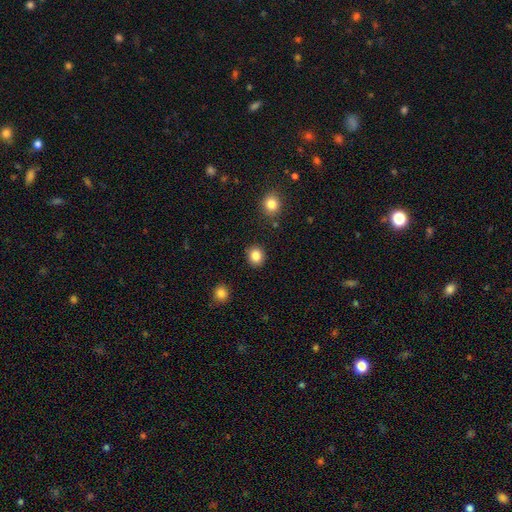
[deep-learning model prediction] smooth 85%, star or artifact 10%, featured or disk 5%. Down the decision tree: how rounded — round (80%); merging — none (90%).